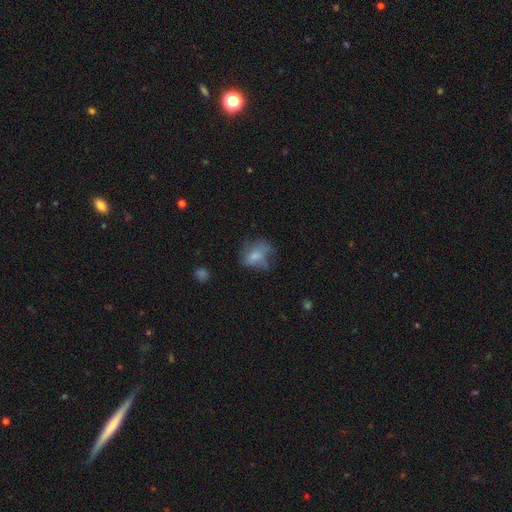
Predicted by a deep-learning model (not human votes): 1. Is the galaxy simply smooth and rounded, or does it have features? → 63% smooth, 25% featured or disk, 12% star or artifact.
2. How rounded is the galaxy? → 58% in between, 40% round, 2% cigar-shaped.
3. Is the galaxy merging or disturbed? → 39% none, 29% major disturbance, 28% minor disturbance, 4% merger.